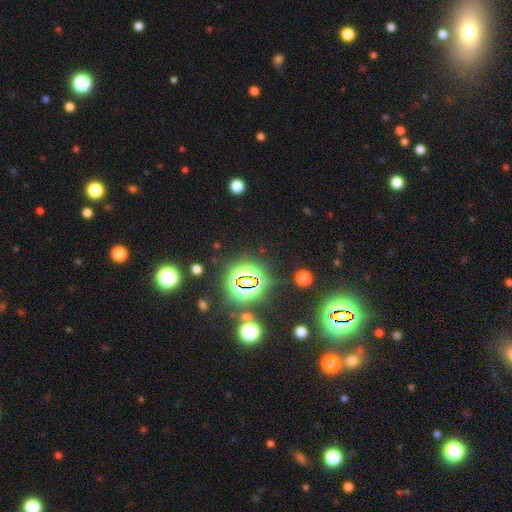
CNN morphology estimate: smooth_or_featured: star or artifact (p=0.76) [alt: smooth p=0.18]